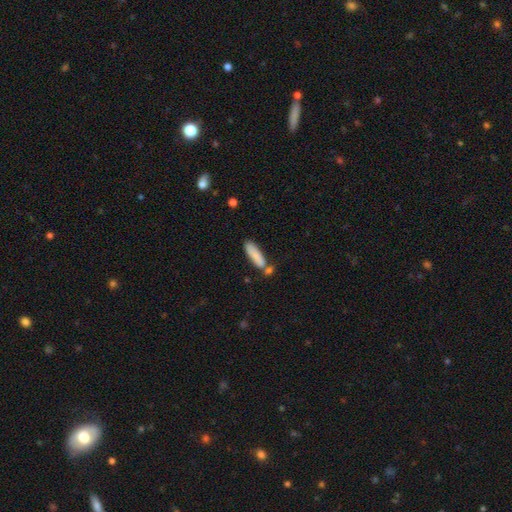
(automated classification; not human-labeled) This is clearly a smooth galaxy (85%). How rounded: likely cigar-shaped (61%). Merging: possibly none (58%).